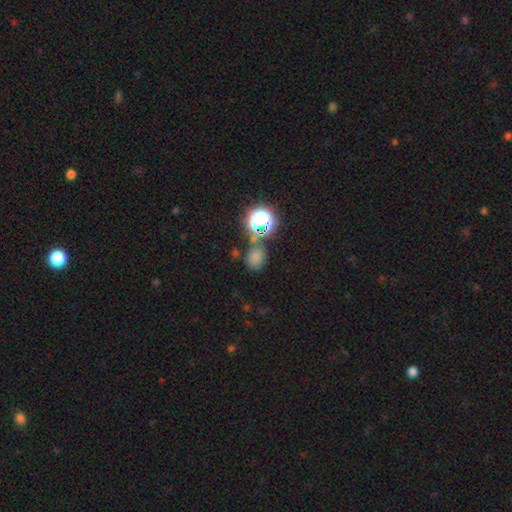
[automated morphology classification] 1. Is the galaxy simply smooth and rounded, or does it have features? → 71% smooth, 23% star or artifact, 6% featured or disk.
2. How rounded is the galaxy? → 58% round, 41% in between, 1% cigar-shaped.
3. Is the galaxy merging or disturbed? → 69% none, 13% minor disturbance, 13% merger, 5% major disturbance.